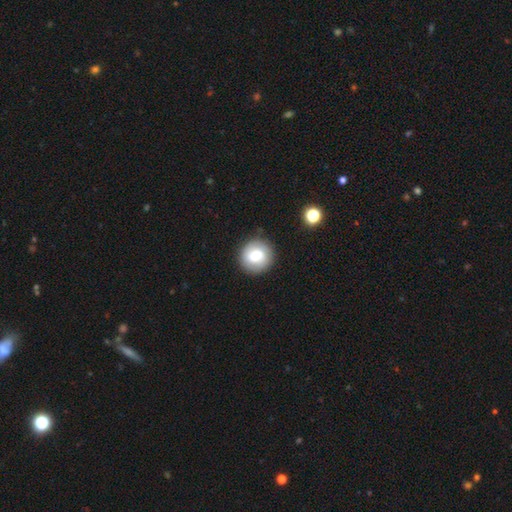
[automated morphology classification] This appears to be a smooth galaxy with no disk features (68%) that is round (90%). Merging: none (87%).